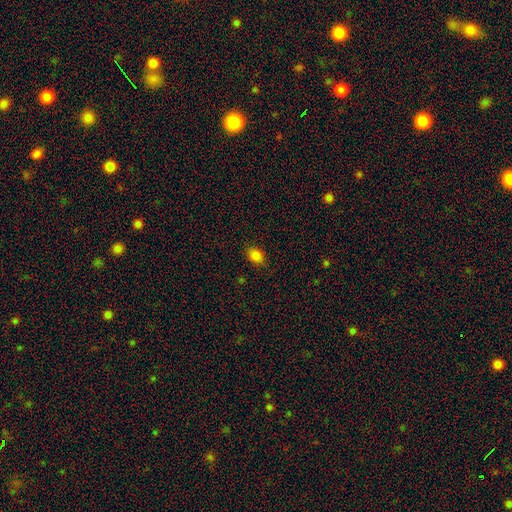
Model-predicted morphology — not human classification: Smooth or featured: smooth — 83% (star or artifact — 12%)
How rounded: in between — 74% (round — 25%)
Merging: none — 85% (minor disturbance — 12%)